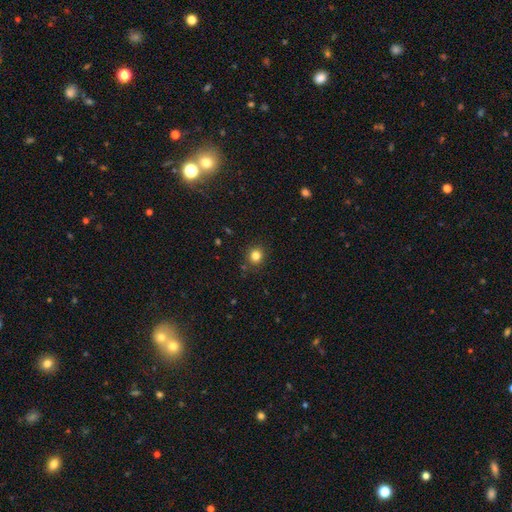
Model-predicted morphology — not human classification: smooth-or-featured: smooth: 82% | star or artifact: 13% | featured or disk: 5%
  how-rounded: round: 89% | in between: 10% | cigar-shaped: 1%
  merging: none: 88% | minor disturbance: 8% | major disturbance: 2% | merger: 2%